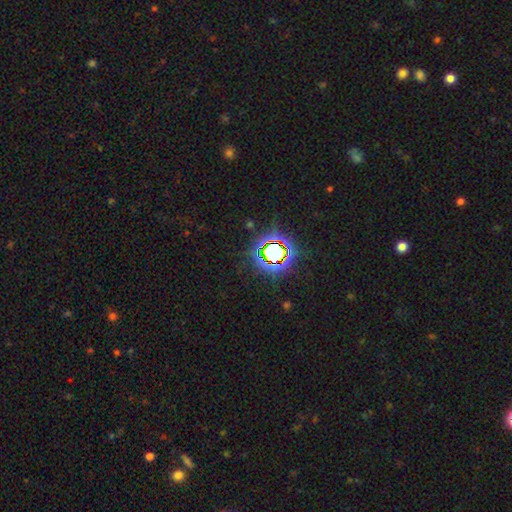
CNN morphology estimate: Smooth or featured? Predicted: star or artifact (p=0.80).